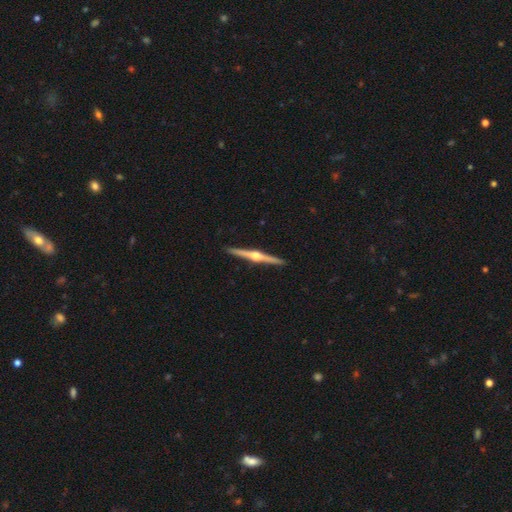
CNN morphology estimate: smooth-or-featured: featured or disk: 86% | smooth: 10% | star or artifact: 4%
  disk-edge-on: yes: 99% | no: 1%
    edge-on-bulge: rounded: 95% | boxy: 3% | none: 2%
  merging: none: 93% | minor disturbance: 5% | major disturbance: 1% | merger: 1%